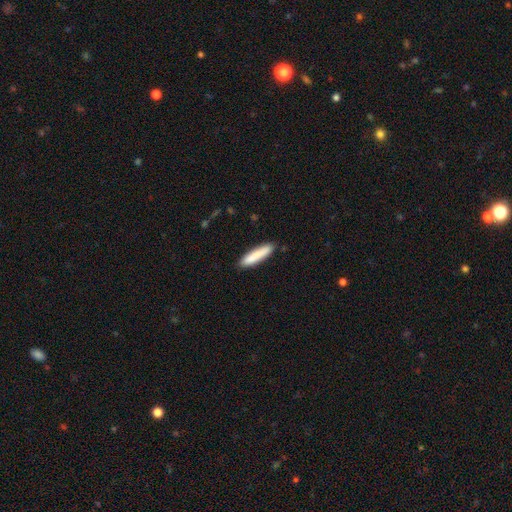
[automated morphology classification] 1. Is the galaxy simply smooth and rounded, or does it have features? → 86% smooth, 9% featured or disk, 5% star or artifact.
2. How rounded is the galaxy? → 84% cigar-shaped, 15% in between, 1% round.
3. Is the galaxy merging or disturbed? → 88% none, 9% minor disturbance, 2% major disturbance, 1% merger.